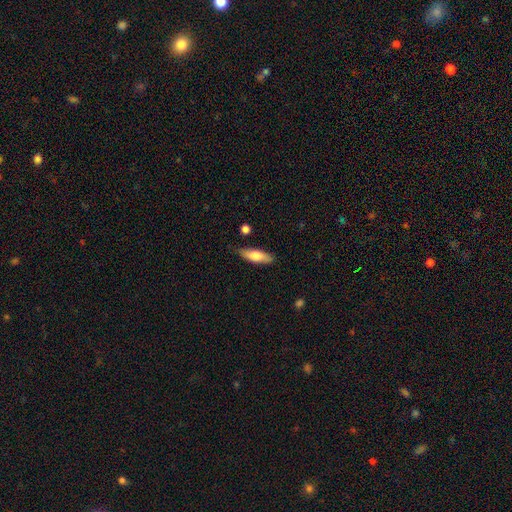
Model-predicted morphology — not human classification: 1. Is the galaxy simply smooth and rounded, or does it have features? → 74% smooth, 20% featured or disk, 6% star or artifact.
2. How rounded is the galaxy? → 53% in between, 44% cigar-shaped, 2% round.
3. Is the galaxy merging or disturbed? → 81% none, 14% minor disturbance, 3% major disturbance, 2% merger.